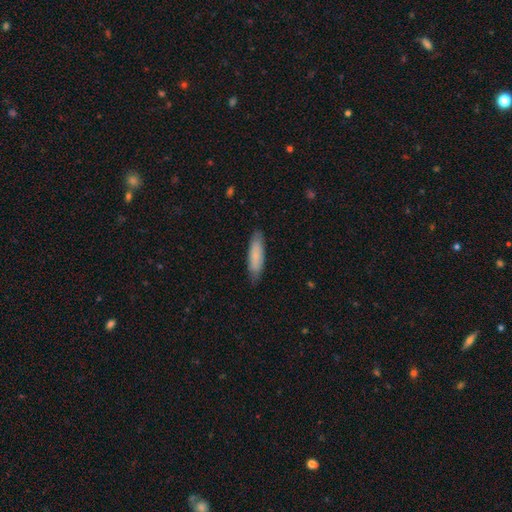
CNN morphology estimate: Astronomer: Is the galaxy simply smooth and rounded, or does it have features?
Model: smooth — 81%.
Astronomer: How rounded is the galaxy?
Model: cigar-shaped — 62%.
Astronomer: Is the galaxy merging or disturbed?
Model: none — 84%.